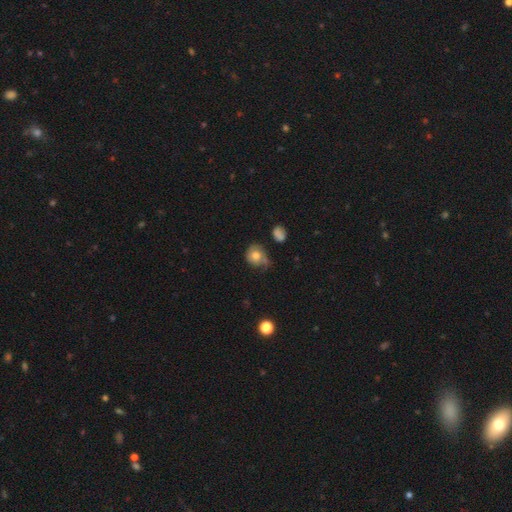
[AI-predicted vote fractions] A smooth galaxy with no disk features (69%) that is round (72%). Merging: none (47%).